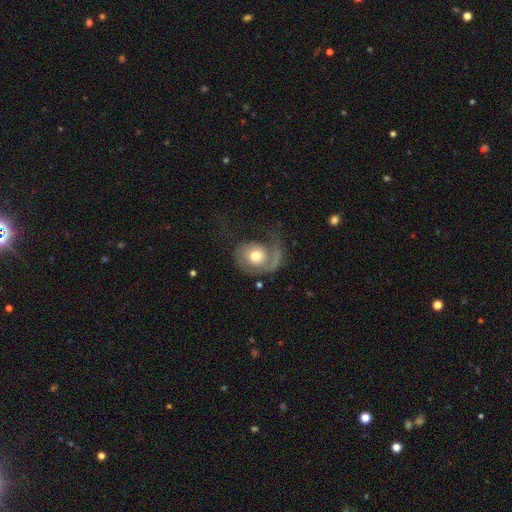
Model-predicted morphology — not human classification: Smooth or featured?
  - featured or disk: 64% *
  - smooth: 30%
  - star or artifact: 6%
Edge-on disk?
  - no: 97% *
  - yes: 3%
Bar?
  - no: 81% *
  - weak: 16%
  - strong: 3%
Spiral arms?
  - yes: 82% *
  - no: 18%
Spiral winding?
  - loose: 35% *
  - tight: 33%
  - medium: 32%
Spiral arm count?
  - 1: 78% *
  - 2: 13%
  - can't tell: 6%
  - 3: 2%
  - 4: 1%
  - more than 4: 1%
Bulge size?
  - moderate: 70% *
  - large: 15%
  - small: 12%
  - dominant: 2%
  - none: 1%
Merging?
  - major disturbance: 43% *
  - none: 36%
  - minor disturbance: 18%
  - merger: 3%